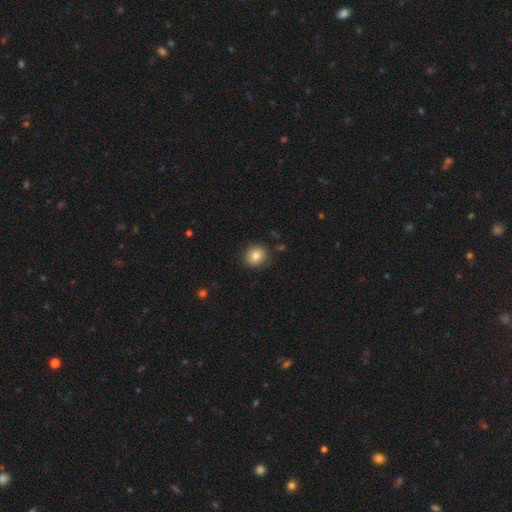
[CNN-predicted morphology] This appears to be a smooth galaxy with no disk features (81%) that is round (81%). Merging: none (85%).